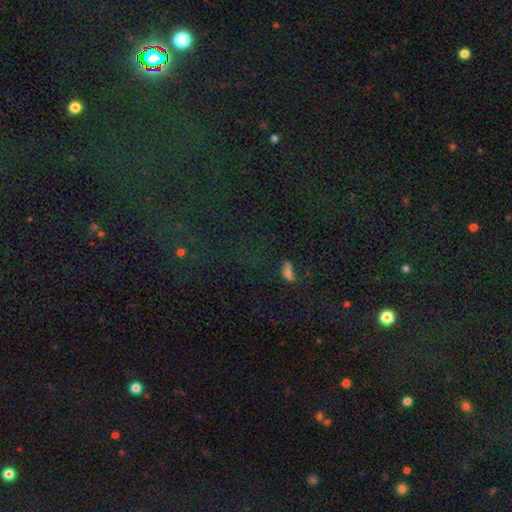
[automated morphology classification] smooth-or-featured: star or artifact: 72% | smooth: 18% | featured or disk: 10%